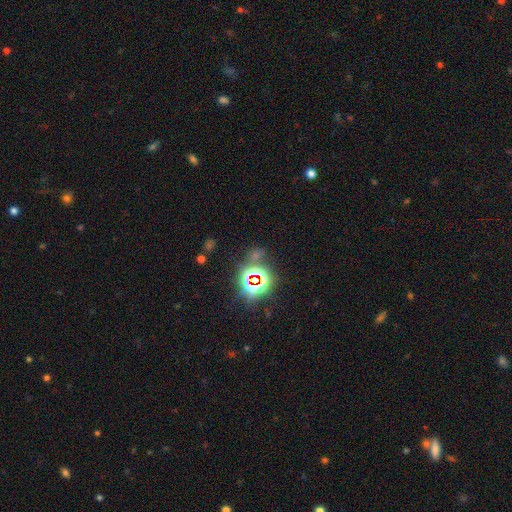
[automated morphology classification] smooth_or_featured: star or artifact (p=0.76) [alt: smooth p=0.15]